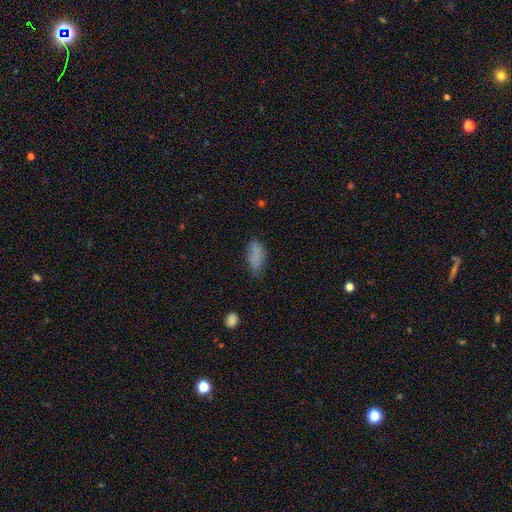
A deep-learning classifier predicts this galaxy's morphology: type=smooth (79%); roundness=in between (85%); merging=none (64%).